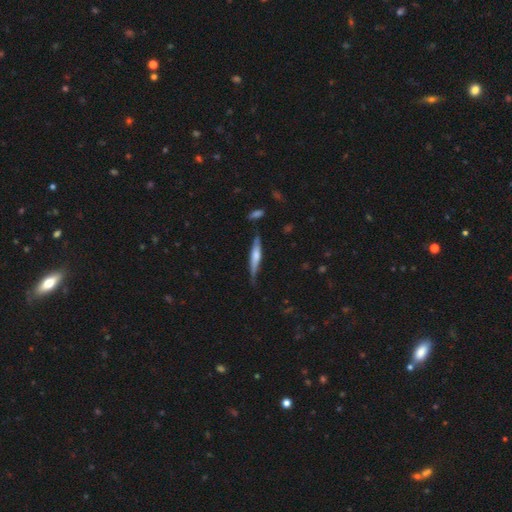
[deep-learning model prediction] smooth_or_featured: smooth (p=0.49) [alt: featured or disk p=0.46]
merging: none (p=0.62) [alt: minor disturbance p=0.28]